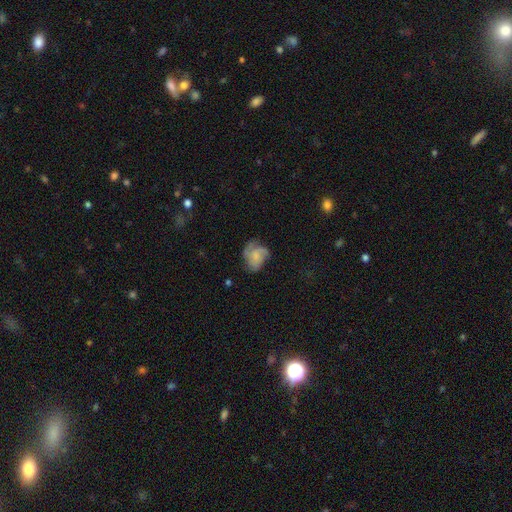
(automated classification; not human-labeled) Morphology: type=featured or disk (52%); edge-on=no (98%); bar=no (75%); spiral arms=yes (77%); bulge=small (44%); merging=none (46%).